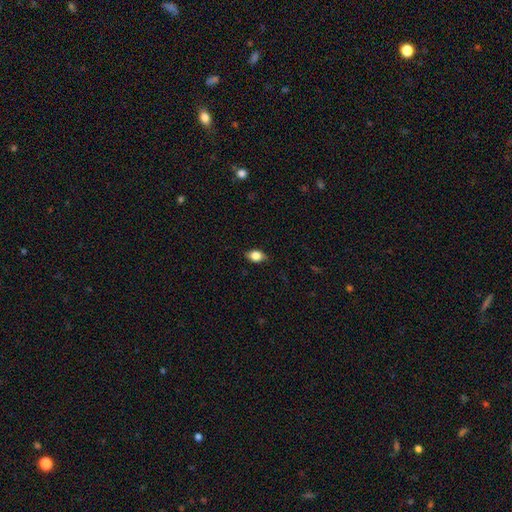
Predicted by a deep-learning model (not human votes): A smooth galaxy with no disk features (80%) that is in between round and cigar-shaped (78%). Merging: none (82%).